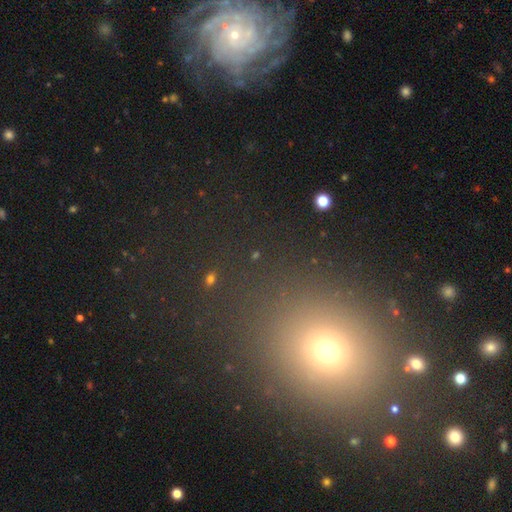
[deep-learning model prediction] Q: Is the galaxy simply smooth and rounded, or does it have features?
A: star or artifact — 49%.